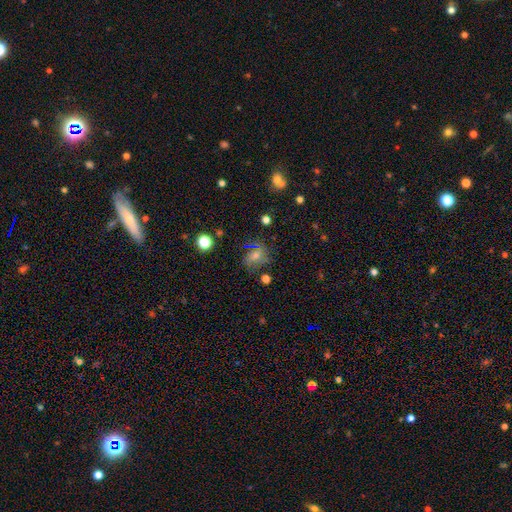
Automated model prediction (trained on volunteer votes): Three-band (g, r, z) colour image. It shows a featured or disk galaxy (44%). Merging: none (69%).